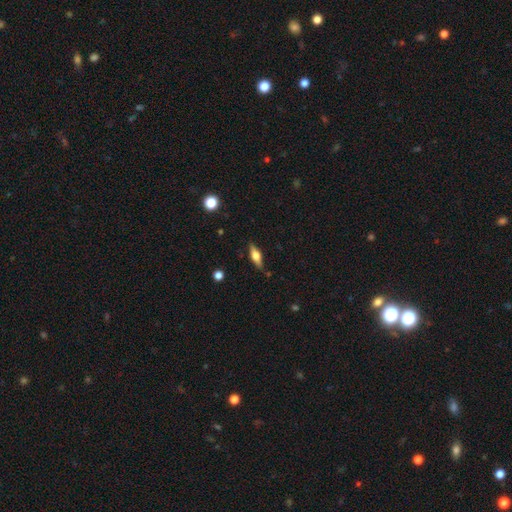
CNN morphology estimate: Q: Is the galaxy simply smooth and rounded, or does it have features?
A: featured or disk — 51%.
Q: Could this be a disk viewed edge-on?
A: yes — 93%.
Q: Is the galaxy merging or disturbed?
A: none — 85%.